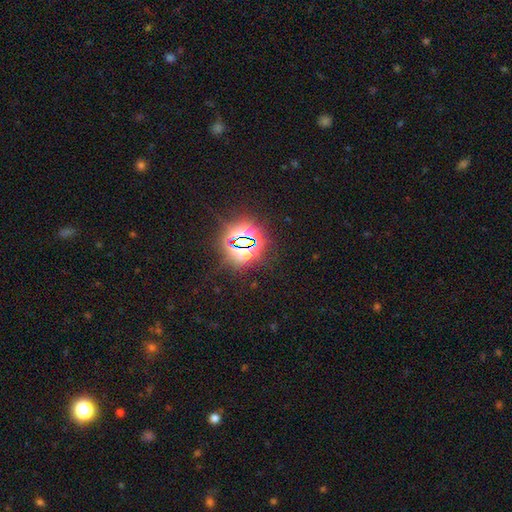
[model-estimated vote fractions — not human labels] Overall: star or artifact (81%).